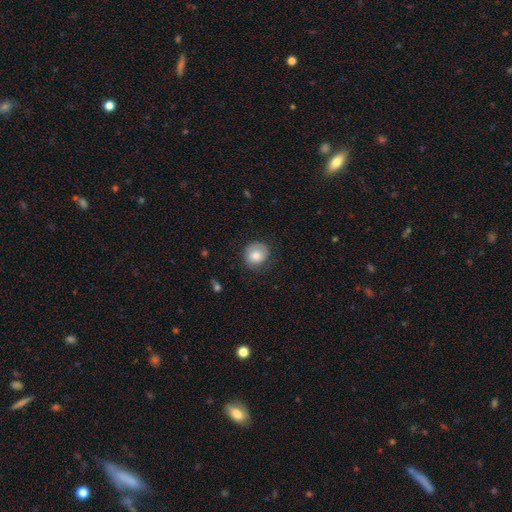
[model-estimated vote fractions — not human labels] Morphology: type=smooth (78%); roundness=round (85%); merging=none (74%).